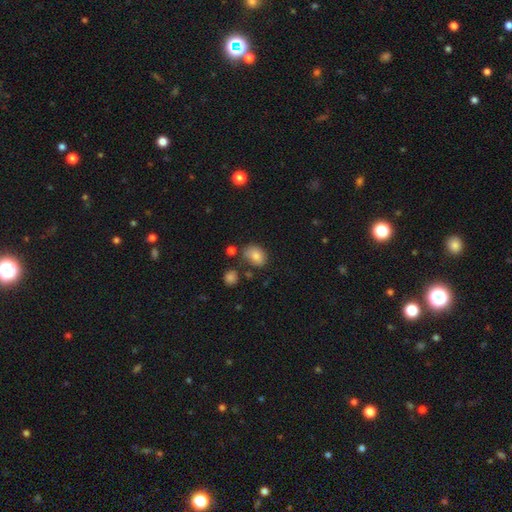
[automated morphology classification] Overall: smooth (82%). How rounded: in between (73%). Merging: none (66%).